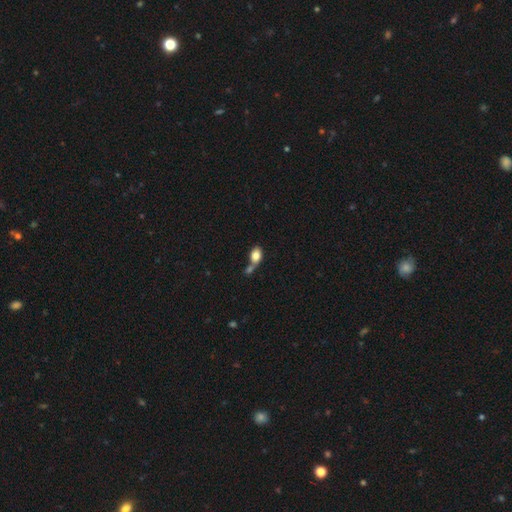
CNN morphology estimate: This is clearly a smooth galaxy (81%). How rounded: clearly in between (82%). Merging: possibly merger (47%).